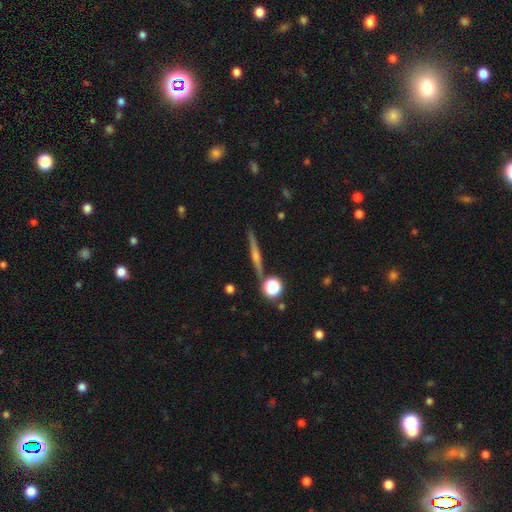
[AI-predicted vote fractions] Smooth or featured: featured or disk — 75% (smooth — 16%)
Edge-on disk: yes — 98% (no — 2%)
Edge-on bulge: rounded — 81% (none — 11%)
Merging: none — 88% (minor disturbance — 7%)